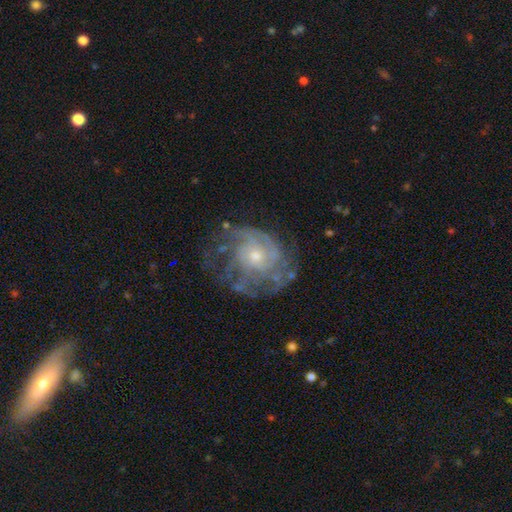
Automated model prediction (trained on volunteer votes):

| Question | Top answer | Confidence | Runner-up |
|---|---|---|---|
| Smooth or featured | featured or disk | 81% | smooth (11%) |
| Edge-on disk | no | 97% | yes (3%) |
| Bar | no | 79% | weak (18%) |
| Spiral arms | yes | 85% | no (15%) |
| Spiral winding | tight | 58% | medium (31%) |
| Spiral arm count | can't tell | 47% | 3 (15%) |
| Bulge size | small | 52% | moderate (42%) |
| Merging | none | 59% | minor disturbance (21%) |